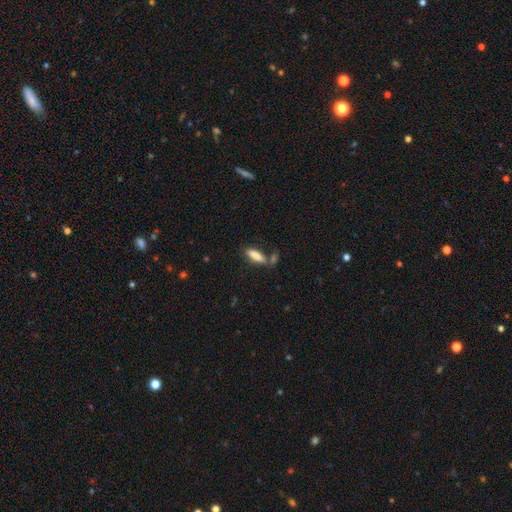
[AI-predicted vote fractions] Smooth or featured: smooth — 82% (featured or disk — 11%)
How rounded: cigar-shaped — 53% (in between — 45%)
Merging: none — 61% (merger — 18%)